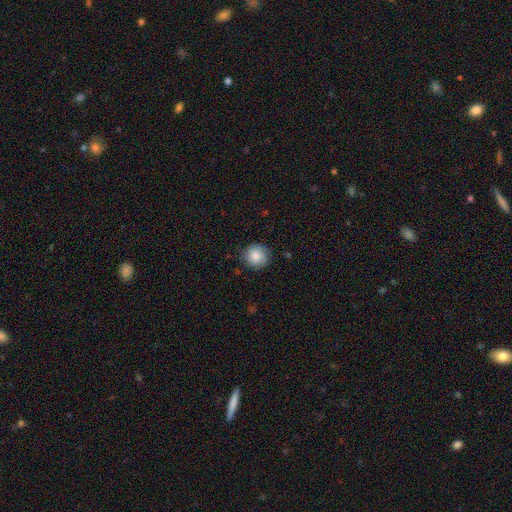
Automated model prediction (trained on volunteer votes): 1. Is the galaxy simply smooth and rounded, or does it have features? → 85% smooth, 8% star or artifact, 7% featured or disk.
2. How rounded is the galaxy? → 93% round, 6% in between, 1% cigar-shaped.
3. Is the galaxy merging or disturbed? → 84% none, 13% minor disturbance, 3% major disturbance, 1% merger.